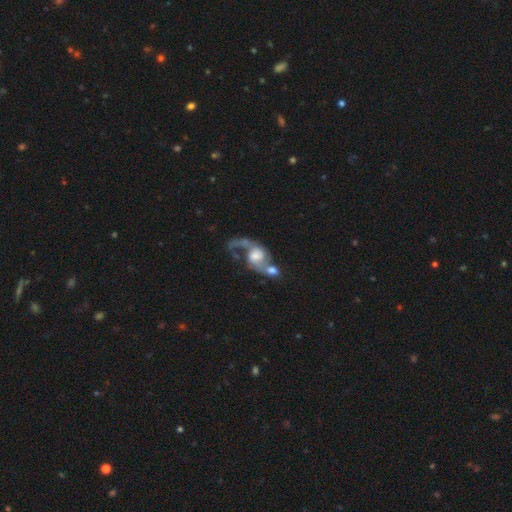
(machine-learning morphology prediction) This appears to be a featured or disk galaxy (71%) with no bar (60%), 2 (71%) loose (73%) spiral arms (84%) and a moderate central bulge (39%). Merging: merger (50%).